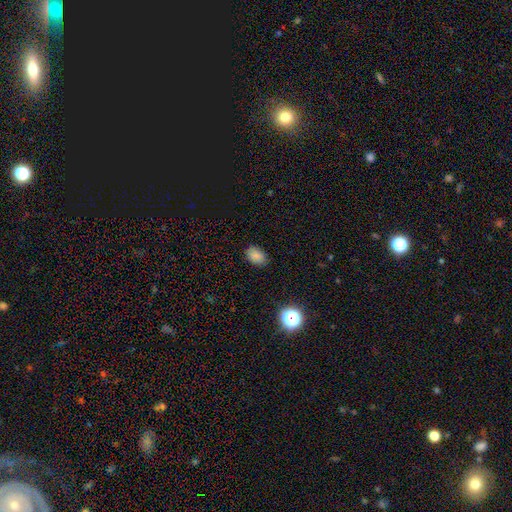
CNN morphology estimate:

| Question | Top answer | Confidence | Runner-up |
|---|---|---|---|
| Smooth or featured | smooth | 84% | star or artifact (11%) |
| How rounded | in between | 83% | round (16%) |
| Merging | none | 84% | minor disturbance (13%) |